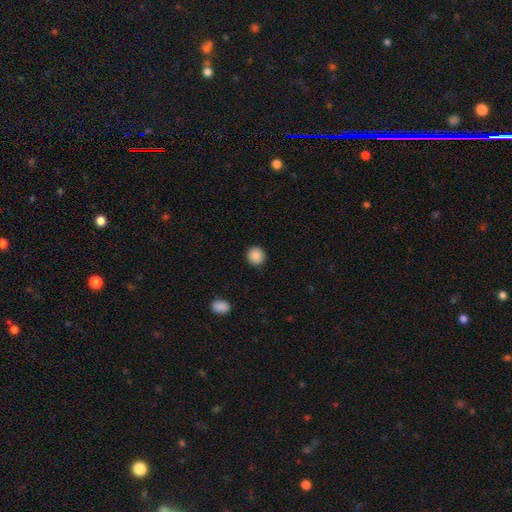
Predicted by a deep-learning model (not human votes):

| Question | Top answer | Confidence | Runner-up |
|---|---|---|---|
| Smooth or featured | smooth | 89% | star or artifact (9%) |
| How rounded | round | 89% | in between (10%) |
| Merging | none | 90% | minor disturbance (6%) |